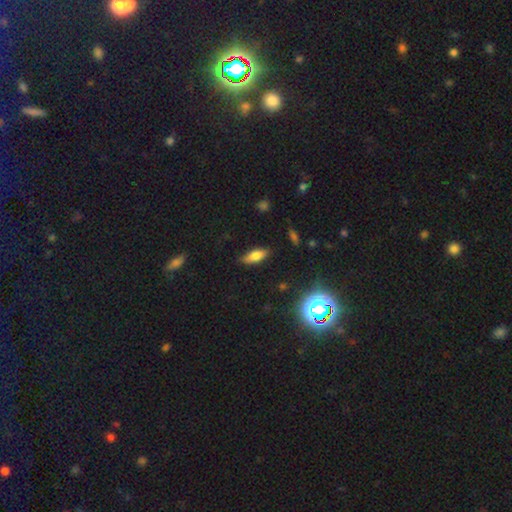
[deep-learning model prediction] Smooth or featured?
  - smooth: 73% *
  - featured or disk: 16%
  - star or artifact: 10%
How rounded?
  - in between: 74% *
  - cigar-shaped: 23%
  - round: 3%
Merging?
  - none: 80% *
  - minor disturbance: 15%
  - major disturbance: 3%
  - merger: 2%